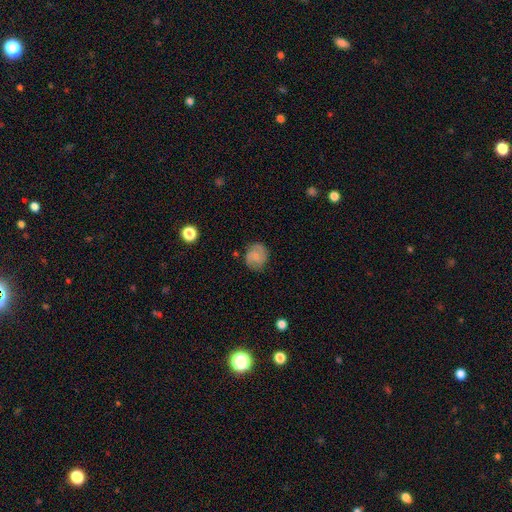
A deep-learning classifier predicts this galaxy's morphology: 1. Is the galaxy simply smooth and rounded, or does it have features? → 56% smooth, 34% featured or disk, 9% star or artifact.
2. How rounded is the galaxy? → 74% round, 25% in between, 1% cigar-shaped.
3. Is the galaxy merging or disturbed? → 73% none, 19% minor disturbance, 6% major disturbance, 2% merger.